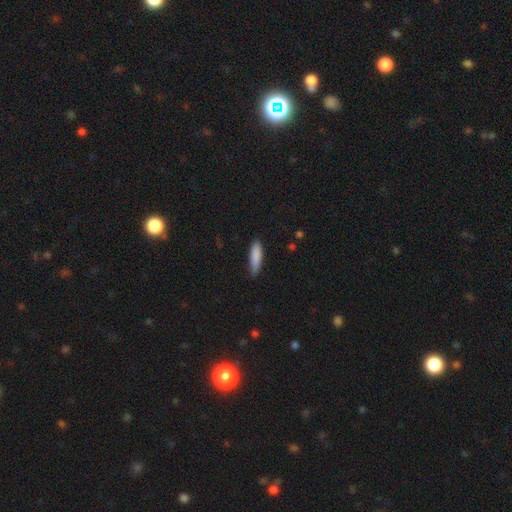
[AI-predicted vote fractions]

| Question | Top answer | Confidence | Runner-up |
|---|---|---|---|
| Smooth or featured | smooth | 86% | featured or disk (8%) |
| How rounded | cigar-shaped | 65% | in between (34%) |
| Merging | none | 76% | minor disturbance (20%) |